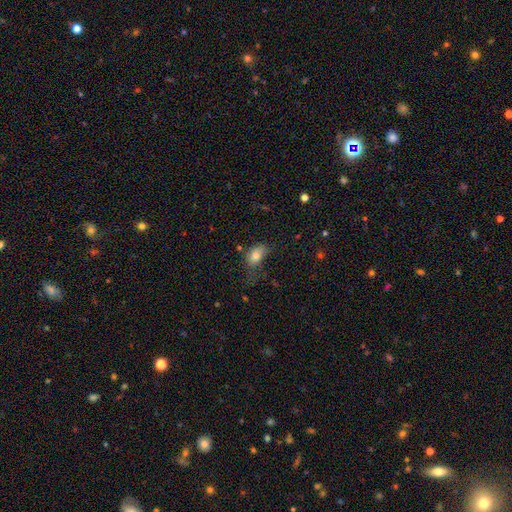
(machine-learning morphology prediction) The model was most divided on "merging": none: 43%, minor disturbance: 34%, major disturbance: 20%, merger: 3%. More confident: how rounded — in between (83%); smooth or featured — smooth (80%).